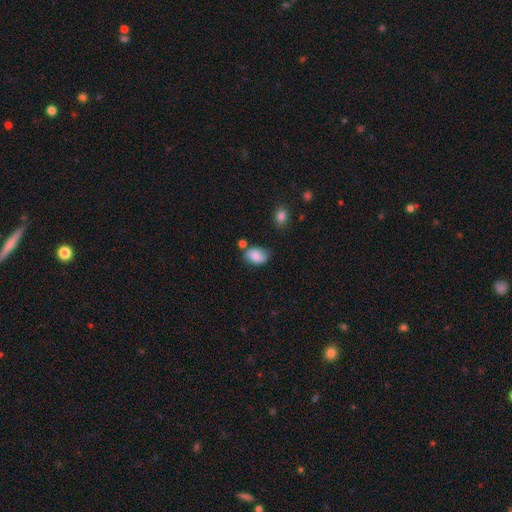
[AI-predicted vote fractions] This is clearly a smooth galaxy (82%). How rounded: clearly in between (82%). Merging: possibly none (58%).